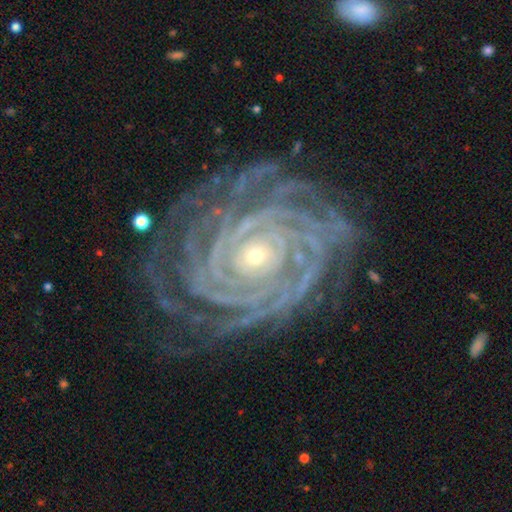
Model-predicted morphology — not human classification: smooth-or-featured: featured or disk: 91% | star or artifact: 5% | smooth: 3%
  disk-edge-on: no: 97% | yes: 3%
    bar: no: 67% | weak: 18% | strong: 15%
    has-spiral-arms: yes: 99% | no: 1%
      spiral-winding: tight: 89% | medium: 9% | loose: 2%
      spiral-arm-count: more than 4: 29% | 4: 22% | can't tell: 17% | 3: 13% | 2: 11% | 1: 8%
    bulge-size: small: 71% | moderate: 26% | large: 1% | none: 1% | dominant: 1%
  merging: none: 76% | minor disturbance: 16% | major disturbance: 6% | merger: 2%